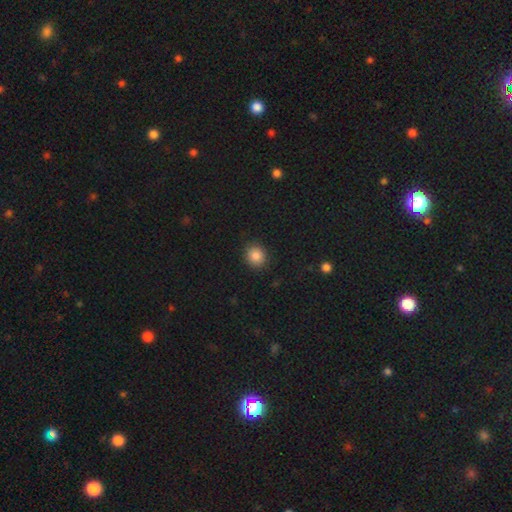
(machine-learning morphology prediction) smooth-or-featured: smooth: 86% | star or artifact: 10% | featured or disk: 4%
  how-rounded: round: 77% | in between: 22% | cigar-shaped: 1%
  merging: none: 89% | minor disturbance: 8% | major disturbance: 2% | merger: 1%